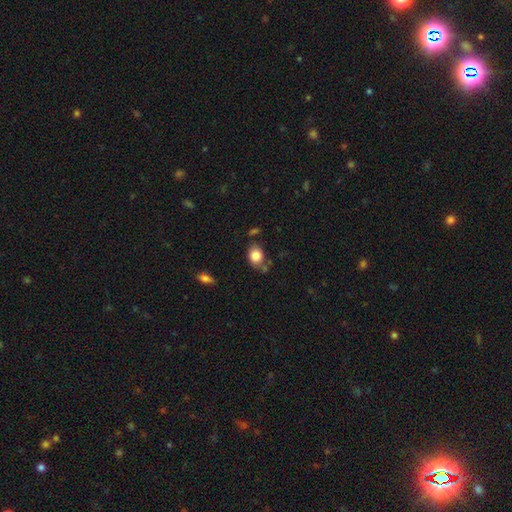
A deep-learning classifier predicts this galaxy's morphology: smooth_or_featured: smooth (p=0.84) [alt: star or artifact p=0.09]
how_rounded: in between (p=0.61) [alt: round p=0.38]
merging: none (p=0.67) [alt: minor disturbance p=0.19]